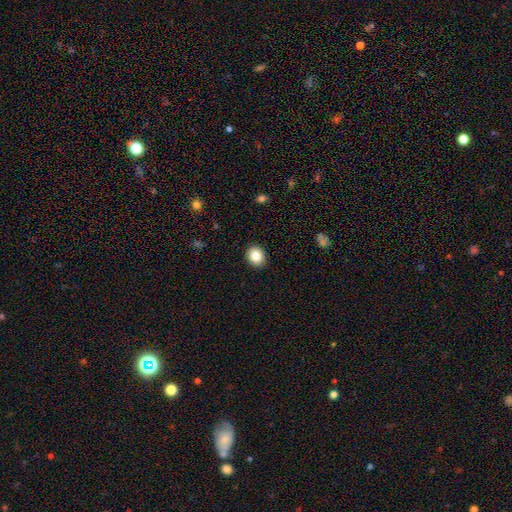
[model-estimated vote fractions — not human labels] This is clearly a smooth galaxy (85%). How rounded: likely round (67%). Merging: clearly none (91%).